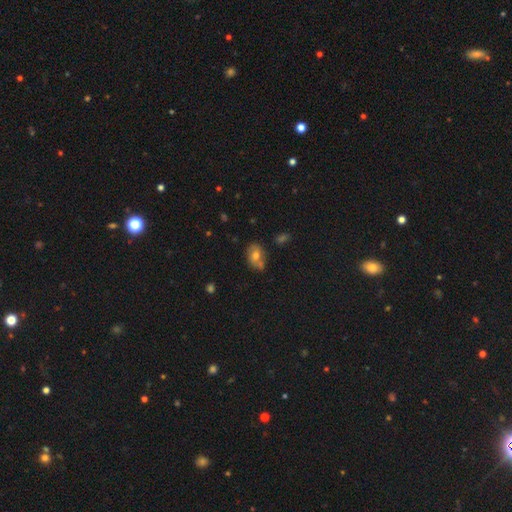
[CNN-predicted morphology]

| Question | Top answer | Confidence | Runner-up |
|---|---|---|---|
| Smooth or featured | smooth | 69% | featured or disk (19%) |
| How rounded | in between | 74% | round (25%) |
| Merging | none | 56% | minor disturbance (22%) |